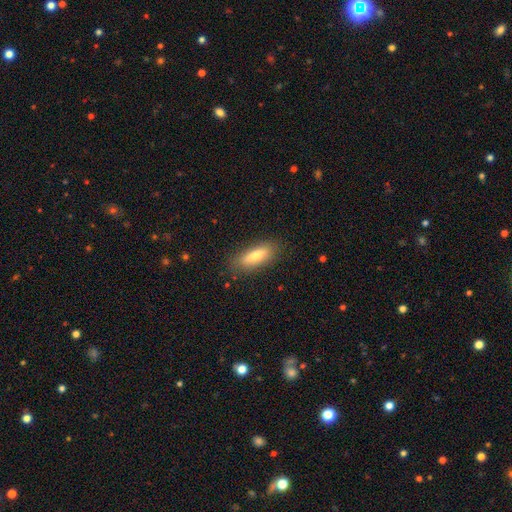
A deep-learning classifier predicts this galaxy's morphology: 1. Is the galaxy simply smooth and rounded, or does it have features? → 71% smooth, 22% featured or disk, 7% star or artifact.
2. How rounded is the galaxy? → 50% in between, 48% cigar-shaped, 2% round.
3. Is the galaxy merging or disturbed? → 84% none, 12% minor disturbance, 3% major disturbance, 1% merger.